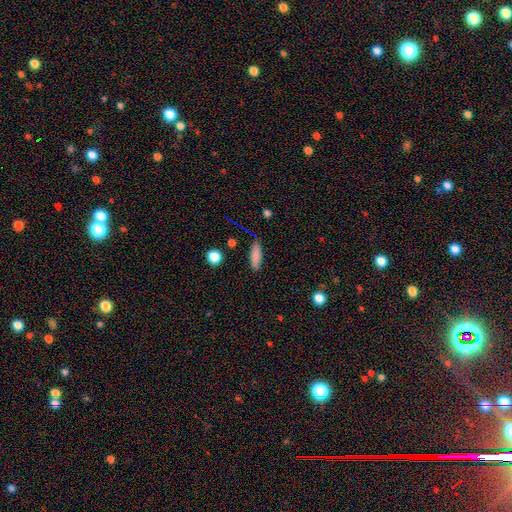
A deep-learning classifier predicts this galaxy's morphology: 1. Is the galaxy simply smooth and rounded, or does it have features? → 83% smooth, 9% star or artifact, 8% featured or disk.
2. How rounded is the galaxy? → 51% in between, 46% cigar-shaped, 3% round.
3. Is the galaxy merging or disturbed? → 79% none, 15% minor disturbance, 3% major disturbance, 3% merger.